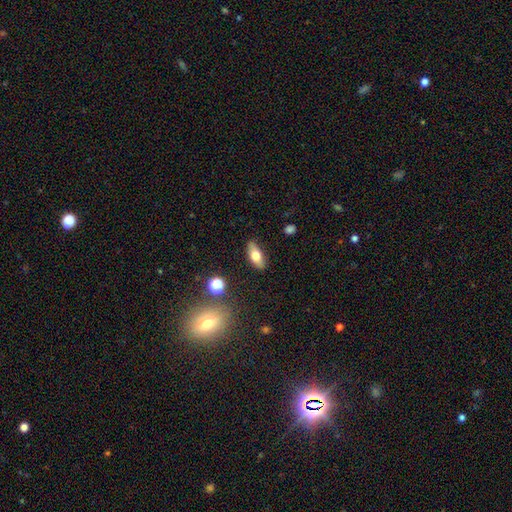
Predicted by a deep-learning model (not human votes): Smooth or featured?
  - smooth: 66% *
  - featured or disk: 25%
  - star or artifact: 8%
How rounded?
  - in between: 77% *
  - cigar-shaped: 18%
  - round: 4%
Merging?
  - none: 85% *
  - minor disturbance: 11%
  - major disturbance: 3%
  - merger: 2%